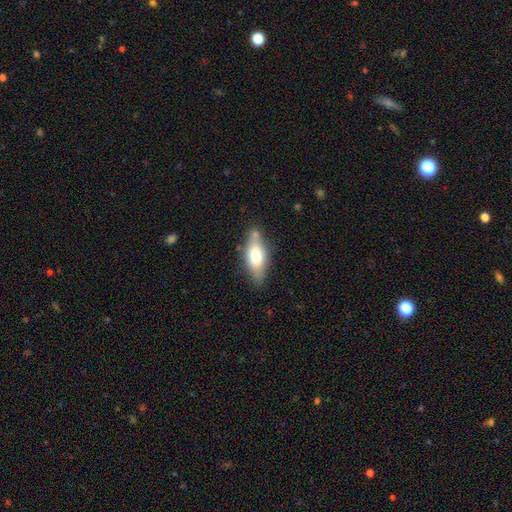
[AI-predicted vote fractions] smooth 66%, featured or disk 28%, star or artifact 7%. Down the decision tree: how rounded — in between (74%); merging — none (69%).